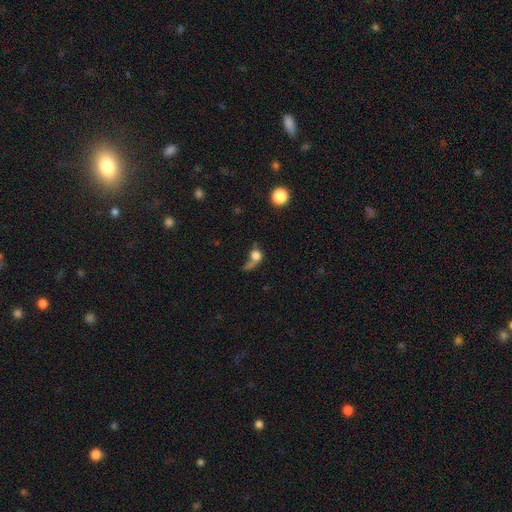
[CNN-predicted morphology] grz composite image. It shows a smooth galaxy with no disk features (67%) that is round (69%). Merging: major disturbance (32%).